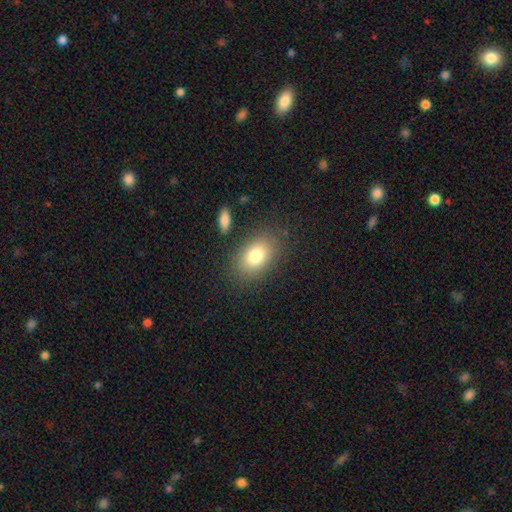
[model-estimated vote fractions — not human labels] Smooth or featured: smooth — 80% (featured or disk — 11%)
How rounded: in between — 85% (round — 14%)
Merging: none — 82% (minor disturbance — 11%)